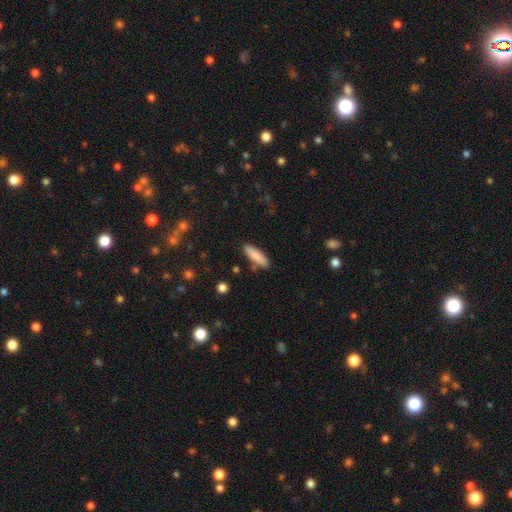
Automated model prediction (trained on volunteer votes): smooth-or-featured: smooth: 85% | featured or disk: 9% | star or artifact: 6%
  how-rounded: cigar-shaped: 57% | in between: 41% | round: 2%
  merging: none: 85% | minor disturbance: 10% | merger: 3% | major disturbance: 2%